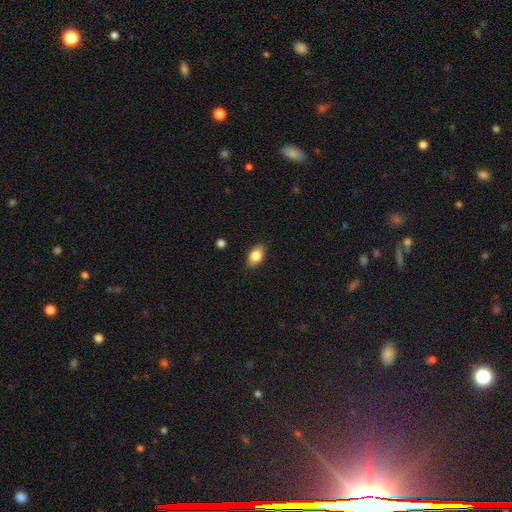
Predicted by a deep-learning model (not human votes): Q: Smooth or featured?
A: smooth (82%); runner-up: featured or disk (10%)
Q: How rounded?
A: in between (88%); runner-up: round (10%)
Q: Merging?
A: none (86%); runner-up: minor disturbance (10%)